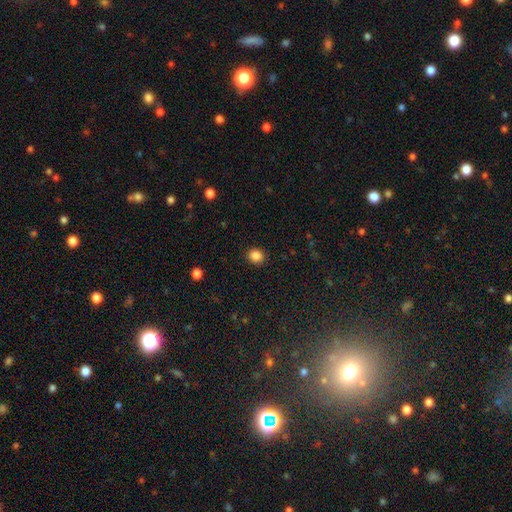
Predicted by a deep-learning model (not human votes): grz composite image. It shows a smooth galaxy with no disk features (86%) that is round (75%). Merging: none (91%).